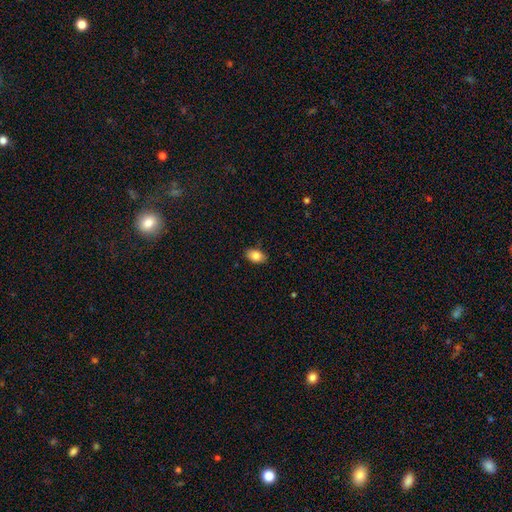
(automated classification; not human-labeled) Smooth or featured: smooth — 84% (featured or disk — 8%)
How rounded: in between — 89% (round — 9%)
Merging: none — 87% (minor disturbance — 10%)